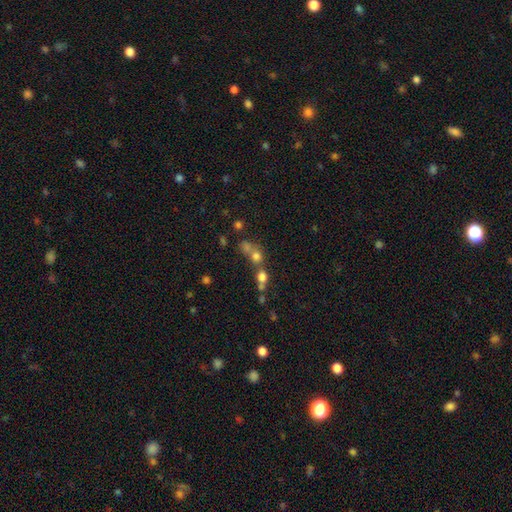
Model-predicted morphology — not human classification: The model was most divided on "merging": merger: 51%, none: 38%, minor disturbance: 6%, major disturbance: 5%. More confident: how rounded — round (77%); smooth or featured — smooth (67%).